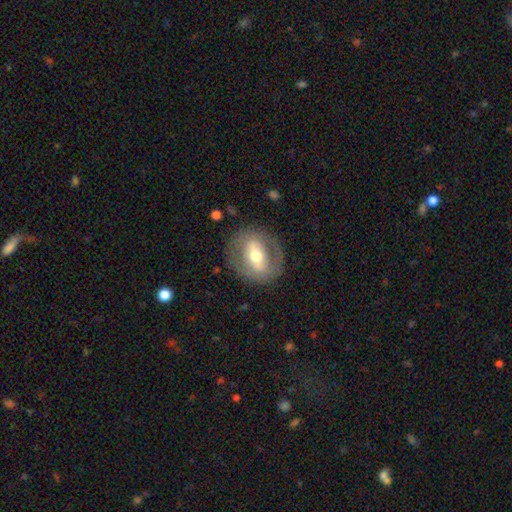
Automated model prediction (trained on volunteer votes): smooth-or-featured: featured or disk: 61% | smooth: 32% | star or artifact: 6%
  disk-edge-on: no: 88% | yes: 12%
    bar: strong: 50% | weak: 29% | no: 21%
    has-spiral-arms: no: 75% | yes: 25%
    bulge-size: moderate: 70% | small: 16% | large: 12% | dominant: 1% | none: 1%
  merging: none: 80% | minor disturbance: 11% | major disturbance: 7% | merger: 1%